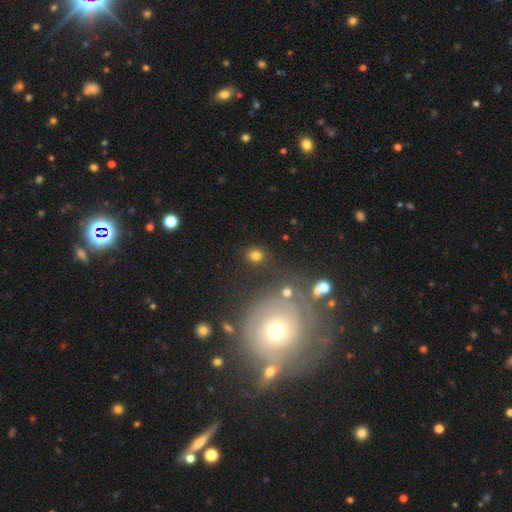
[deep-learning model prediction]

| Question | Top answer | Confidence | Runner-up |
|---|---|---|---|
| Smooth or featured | smooth | 77% | star or artifact (15%) |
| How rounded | round | 82% | in between (17%) |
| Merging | none | 83% | minor disturbance (8%) |